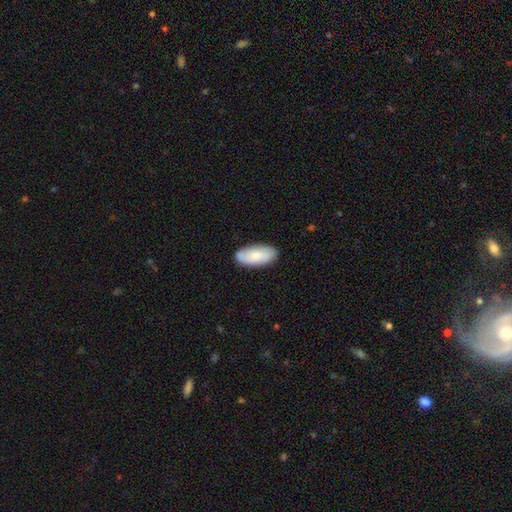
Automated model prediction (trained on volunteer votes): A smooth galaxy with no disk features (77%) that is in between round and cigar-shaped (93%).

Vote fractions:
- Smooth or featured? smooth: 77% / featured or disk: 17% / star or artifact: 6%
- How rounded? in between: 93% / cigar-shaped: 5% / round: 2%
- Merging? none: 84% / minor disturbance: 12% / major disturbance: 2% / merger: 2%